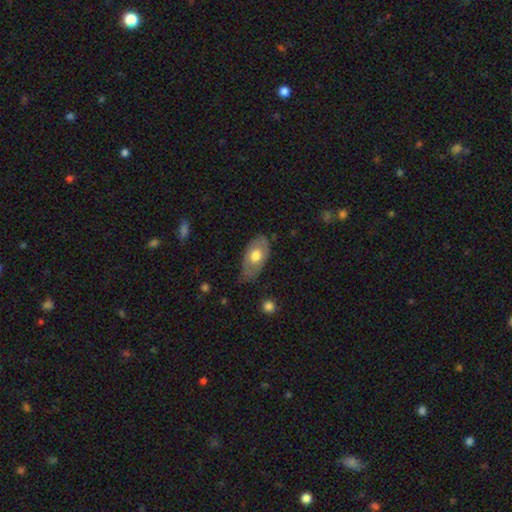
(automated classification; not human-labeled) Smooth or featured?
  - smooth: 55% *
  - featured or disk: 39%
  - star or artifact: 6%
How rounded?
  - in between: 92% *
  - round: 5%
  - cigar-shaped: 3%
Merging?
  - none: 56% *
  - minor disturbance: 34%
  - major disturbance: 8%
  - merger: 2%